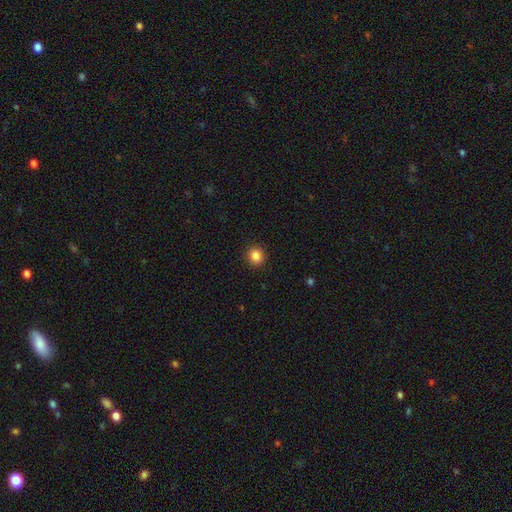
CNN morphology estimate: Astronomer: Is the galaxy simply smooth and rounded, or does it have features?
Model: smooth — 85%.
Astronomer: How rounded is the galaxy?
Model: round — 86%.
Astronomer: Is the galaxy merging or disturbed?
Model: none — 91%.